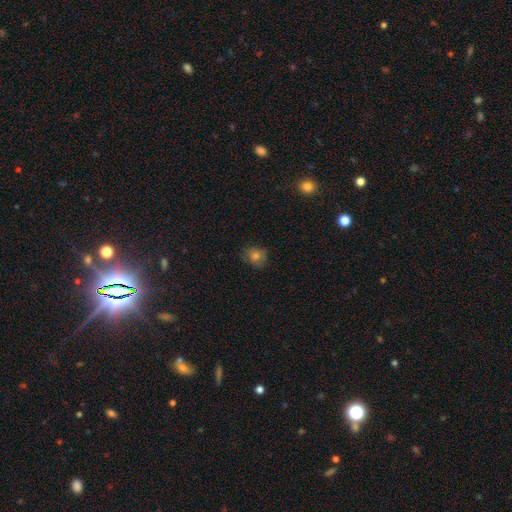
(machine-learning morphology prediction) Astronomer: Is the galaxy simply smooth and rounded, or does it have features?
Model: smooth — 74%.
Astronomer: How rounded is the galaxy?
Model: round — 73%.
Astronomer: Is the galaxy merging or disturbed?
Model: none — 77%.